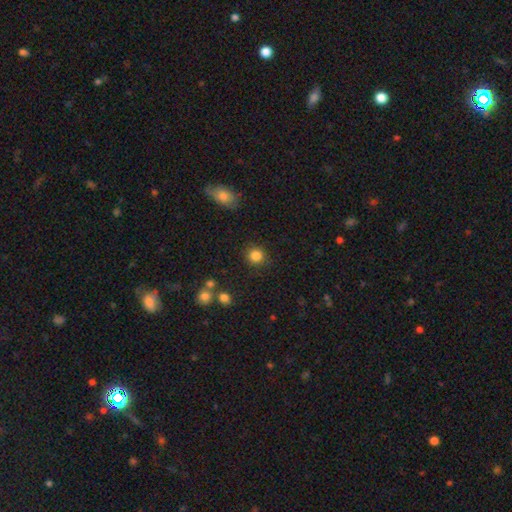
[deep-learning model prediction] A smooth galaxy with no disk features (85%) that is round (91%).

Vote fractions:
- Smooth or featured? smooth: 85% / star or artifact: 11% / featured or disk: 4%
- How rounded? round: 91% / in between: 8% / cigar-shaped: 1%
- Merging? none: 88% / minor disturbance: 8% / major disturbance: 3% / merger: 2%